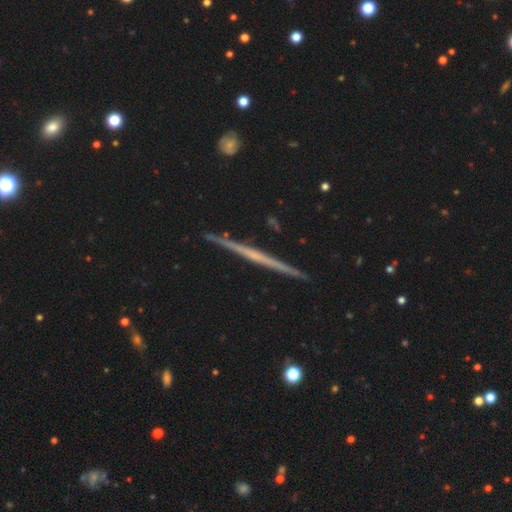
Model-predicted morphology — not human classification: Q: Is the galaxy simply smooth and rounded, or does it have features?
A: featured or disk — 74%.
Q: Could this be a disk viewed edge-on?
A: yes — 98%.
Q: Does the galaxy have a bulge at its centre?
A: none — 80%.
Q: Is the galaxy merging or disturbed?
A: none — 92%.